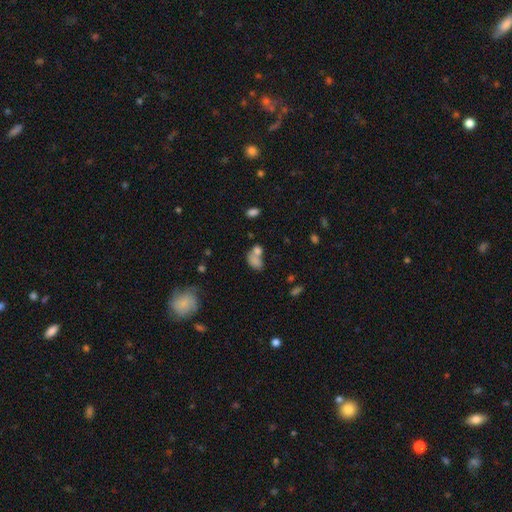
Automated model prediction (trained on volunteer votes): smooth 76%, featured or disk 12%, star or artifact 12%. Down the decision tree: how rounded — in between (75%); merging — merger (52%).